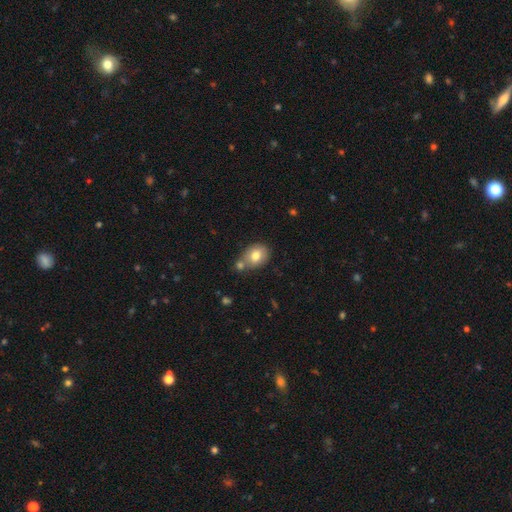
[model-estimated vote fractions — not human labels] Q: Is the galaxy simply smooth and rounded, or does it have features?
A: smooth — 76%.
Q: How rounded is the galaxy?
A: round — 50%.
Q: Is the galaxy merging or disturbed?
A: none — 53%.